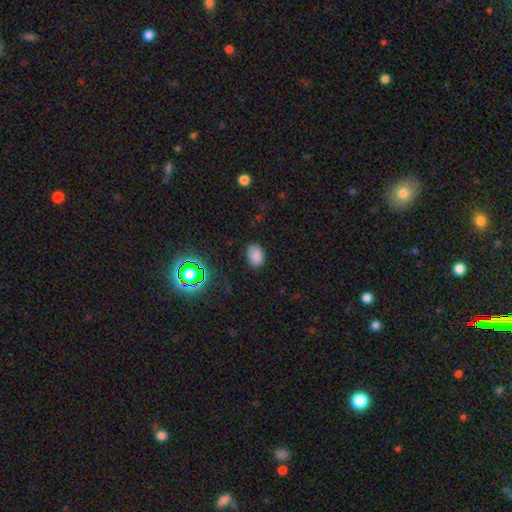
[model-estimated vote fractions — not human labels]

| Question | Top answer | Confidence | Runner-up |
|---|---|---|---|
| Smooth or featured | smooth | 80% | star or artifact (14%) |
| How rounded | in between | 80% | round (19%) |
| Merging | none | 81% | minor disturbance (14%) |